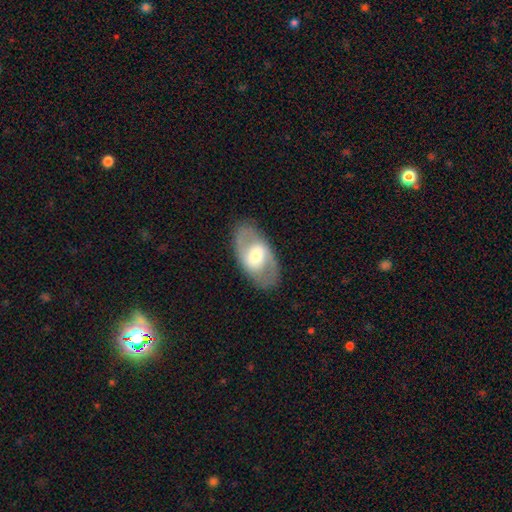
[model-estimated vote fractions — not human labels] A featured or disk galaxy (64%) with a weak bar (44%), spiral arms (55%) and a moderate central bulge (57%).

Vote fractions:
- Smooth or featured? featured or disk: 64% / smooth: 31% / star or artifact: 6%
- Edge-on disk? no: 91% / yes: 9%
- Bar? weak: 44% / strong: 29% / no: 27%
- Spiral arms? yes: 55% / no: 45%
- Bulge size? moderate: 57% / small: 23% / large: 17% / dominant: 2% / none: 1%
- Merging? none: 84% / minor disturbance: 10% / major disturbance: 5% / merger: 1%